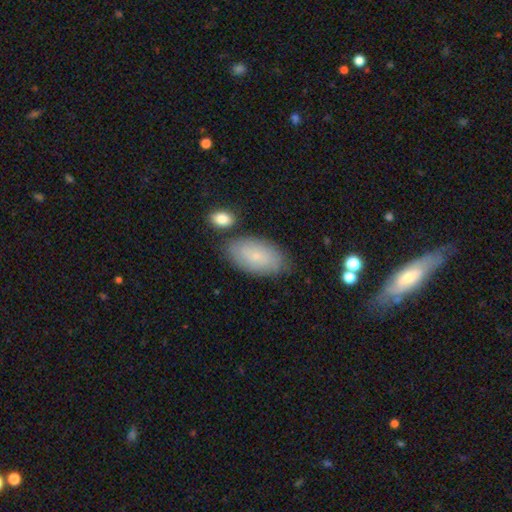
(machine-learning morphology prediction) Smooth or featured? Predicted: smooth (p=0.74). How rounded? Predicted: in between (p=0.95). Merging? Predicted: none (p=0.76).